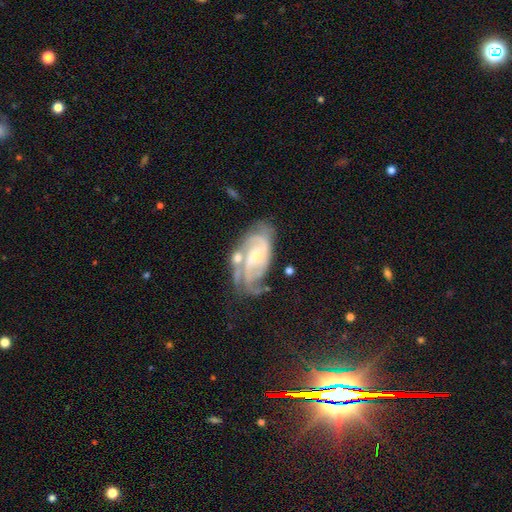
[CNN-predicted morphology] Overall: featured or disk (85%). Edge-on disk: no (96%). Bar: no (53%; weak 37%). Spiral arms: yes (96%). Spiral arm count: 2 (29%, tied with 3). Spiral winding: tight (47%; medium 40%). Bulge size: small (61%; moderate 33%). Merging: none (48%; minor disturbance 23%).